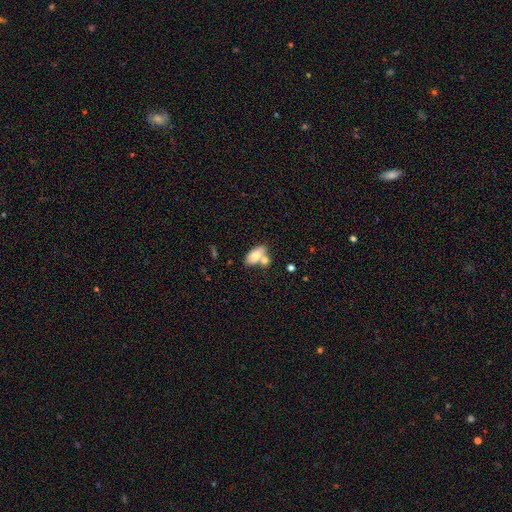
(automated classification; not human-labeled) smooth 72%, featured or disk 21%, star or artifact 7%. Down the decision tree: how rounded — in between (90%); merging — none (46%).